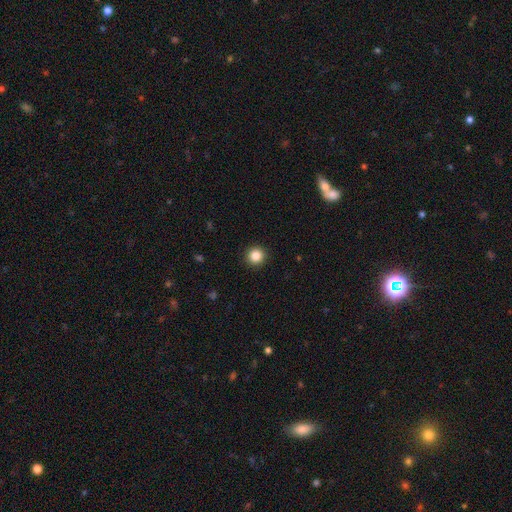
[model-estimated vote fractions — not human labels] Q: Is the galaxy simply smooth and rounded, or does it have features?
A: smooth — 85%.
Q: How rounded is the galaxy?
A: round — 95%.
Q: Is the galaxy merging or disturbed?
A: none — 93%.